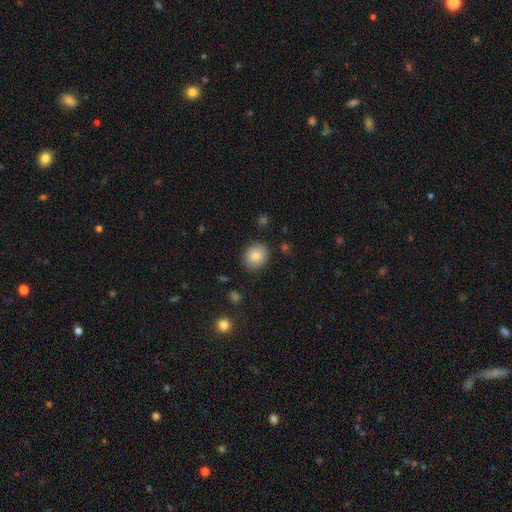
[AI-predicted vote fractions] Smooth or featured? smooth (86%)
How rounded? round (64%)
Merging? none (86%)